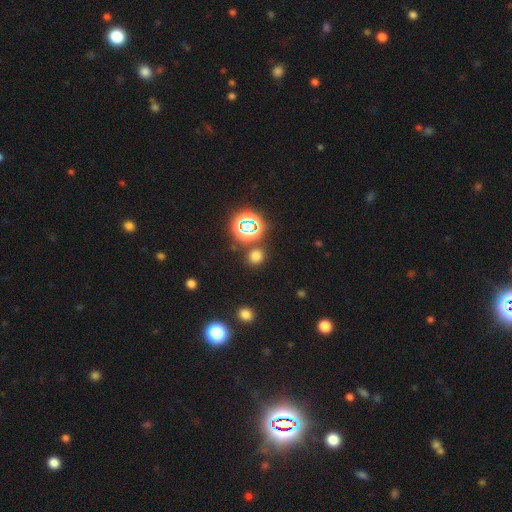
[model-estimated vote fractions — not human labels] Smooth or featured? Predicted: smooth (p=0.68). How rounded? Predicted: round (p=0.83). Merging? Predicted: none (p=0.84).